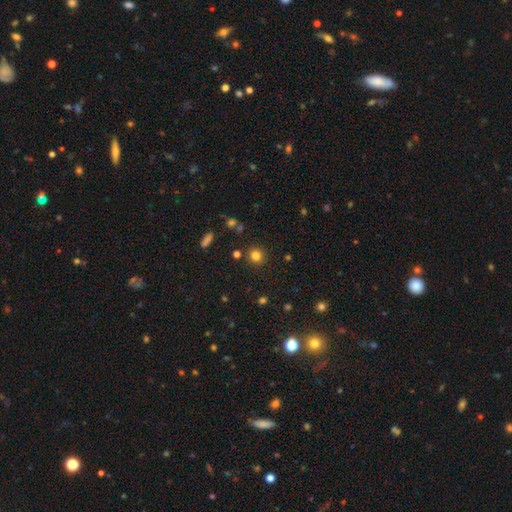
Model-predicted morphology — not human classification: This is likely a smooth galaxy (80%). How rounded: clearly round (92%). Merging: clearly none (88%).